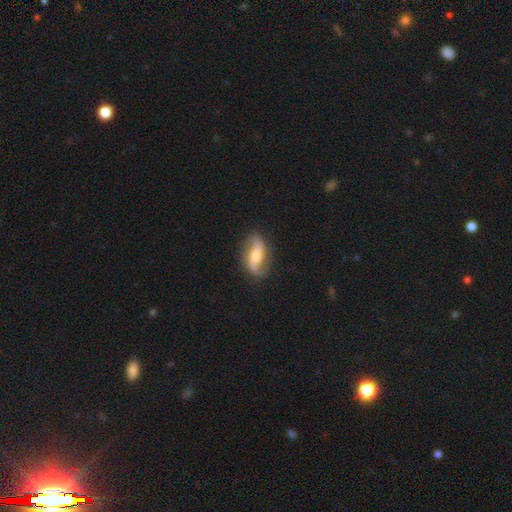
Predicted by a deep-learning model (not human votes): Smooth or featured: featured or disk — 71% (smooth — 23%)
Edge-on disk: no — 92% (yes — 8%)
Bar: no — 38% (weak — 32%)
Spiral arms: yes — 90% (no — 10%)
Spiral winding: loose — 63% (medium — 25%)
Spiral arm count: 2 — 90% (can't tell — 4%)
Bulge size: moderate — 58% (small — 31%)
Merging: none — 80% (minor disturbance — 14%)